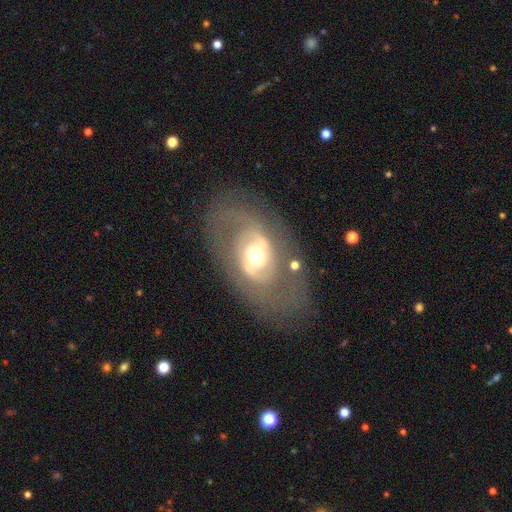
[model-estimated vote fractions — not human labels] A featured or disk galaxy (73%) with no bar (38%), spiral arms (55%) and a moderate central bulge (62%).

Vote fractions:
- Smooth or featured? featured or disk: 73% / smooth: 20% / star or artifact: 7%
- Edge-on disk? no: 93% / yes: 7%
- Bar? no: 38% / weak: 36% / strong: 26%
- Spiral arms? yes: 55% / no: 45%
- Bulge size? moderate: 62% / large: 26% / small: 8% / dominant: 3% / none: 1%
- Merging? none: 70% / minor disturbance: 15% / major disturbance: 12% / merger: 3%